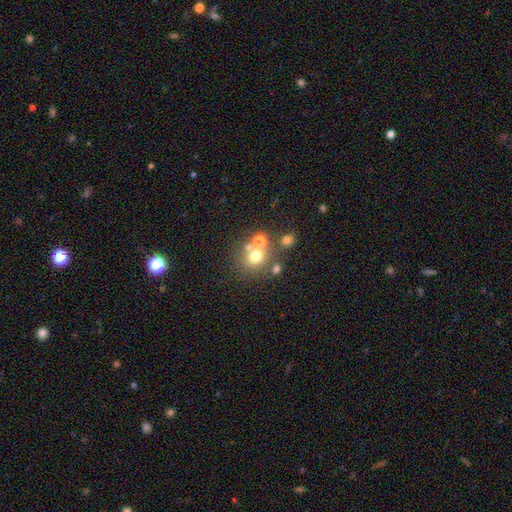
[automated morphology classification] smooth_or_featured: smooth (p=0.65) [alt: star or artifact p=0.18]
how_rounded: round (p=0.81) [alt: in between p=0.18]
merging: none (p=0.56) [alt: merger p=0.30]